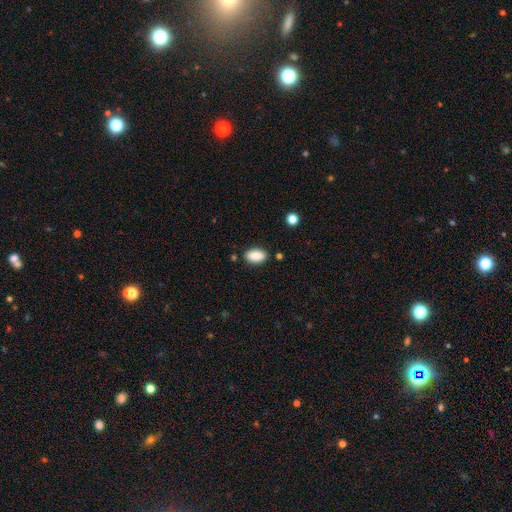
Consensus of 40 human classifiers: Morphology: type=smooth (92%); roundness=in between (86%); merging=none (78%).